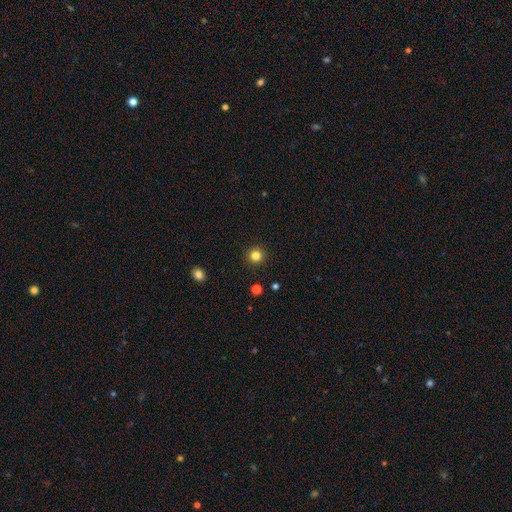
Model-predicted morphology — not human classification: A smooth galaxy with no disk features (82%) that is round (95%).

Vote fractions:
- Smooth or featured? smooth: 82% / star or artifact: 13% / featured or disk: 5%
- How rounded? round: 95% / in between: 4% / cigar-shaped: 1%
- Merging? none: 93% / minor disturbance: 5% / major disturbance: 2% / merger: 1%